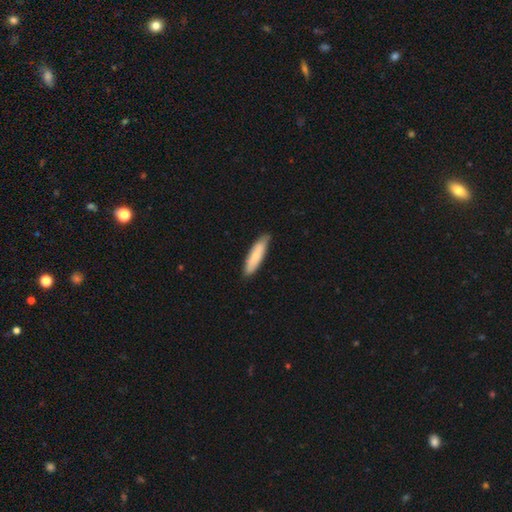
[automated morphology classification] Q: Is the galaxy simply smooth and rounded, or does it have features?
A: smooth — 79%.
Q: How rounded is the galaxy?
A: cigar-shaped — 73%.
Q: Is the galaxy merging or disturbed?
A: none — 84%.